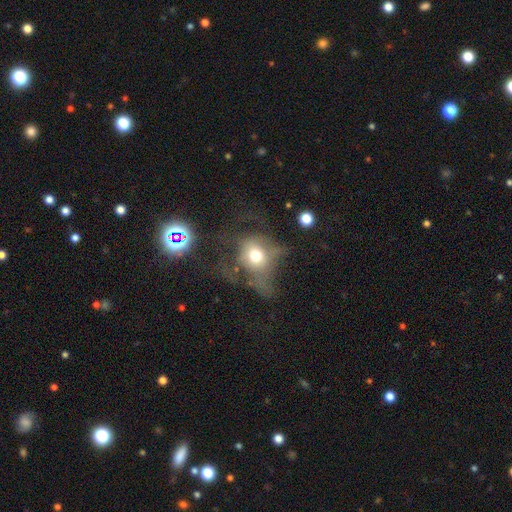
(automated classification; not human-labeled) A smooth galaxy with no disk features (55%) that is round (64%). Merging: major disturbance (54%).